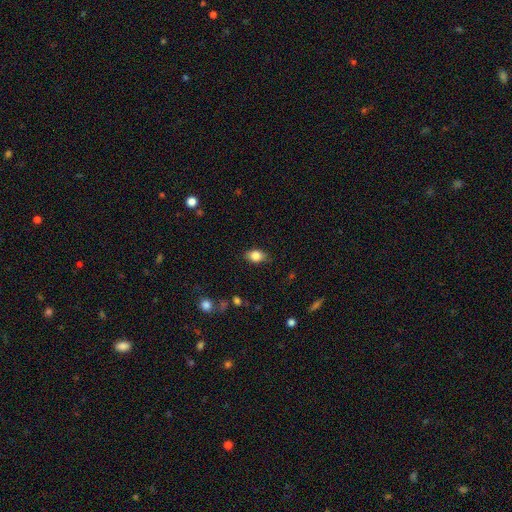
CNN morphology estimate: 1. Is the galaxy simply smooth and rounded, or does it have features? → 83% smooth, 9% star or artifact, 8% featured or disk.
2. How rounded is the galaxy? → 80% in between, 18% round, 2% cigar-shaped.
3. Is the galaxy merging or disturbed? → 81% none, 15% minor disturbance, 3% major disturbance, 1% merger.